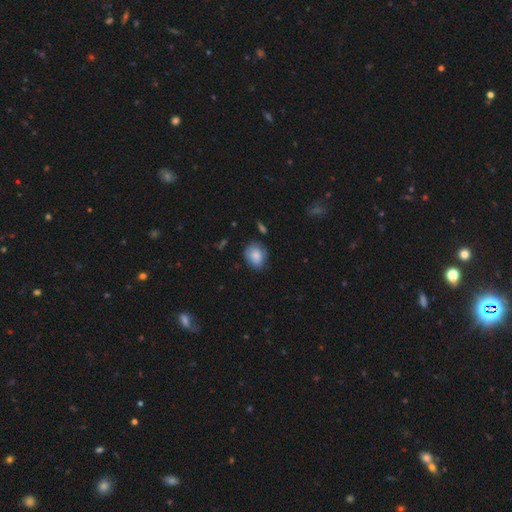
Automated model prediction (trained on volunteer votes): A smooth galaxy with no disk features (82%) that is round (51%).

Vote fractions:
- Smooth or featured? smooth: 82% / featured or disk: 11% / star or artifact: 8%
- How rounded? round: 51% / in between: 48% / cigar-shaped: 1%
- Merging? none: 68% / minor disturbance: 24% / major disturbance: 5% / merger: 3%